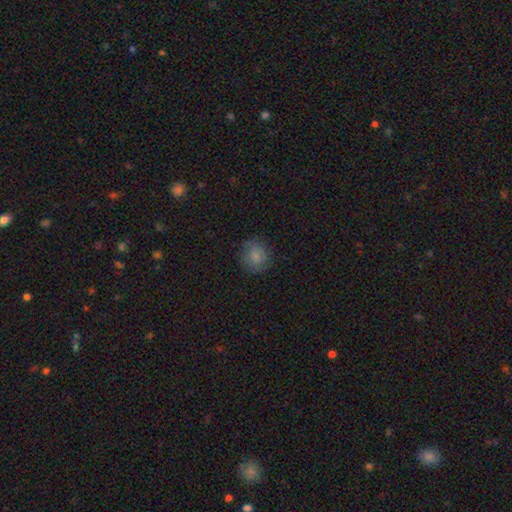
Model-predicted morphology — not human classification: This is clearly a smooth galaxy (82%). How rounded: clearly round (84%). Merging: clearly none (82%).